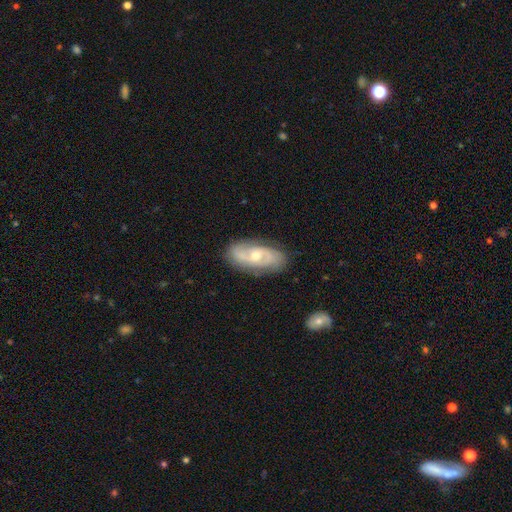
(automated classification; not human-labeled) Smooth or featured? featured or disk (78%)
Edge-on disk? no (93%)
Bar? no (57%)
Spiral arms? yes (91%)
Spiral winding? medium (46%)
Spiral arm count? 2 (78%)
Bulge size? moderate (57%)
Merging? none (81%)